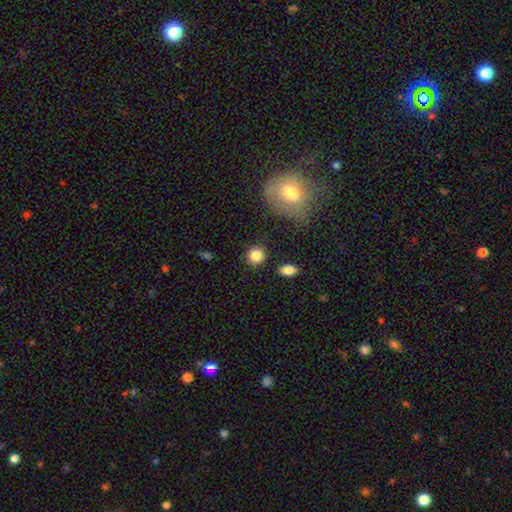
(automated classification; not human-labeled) smooth-or-featured: smooth: 85% | star or artifact: 10% | featured or disk: 6%
  how-rounded: round: 89% | in between: 10% | cigar-shaped: 1%
  merging: none: 84% | minor disturbance: 9% | merger: 4% | major disturbance: 3%